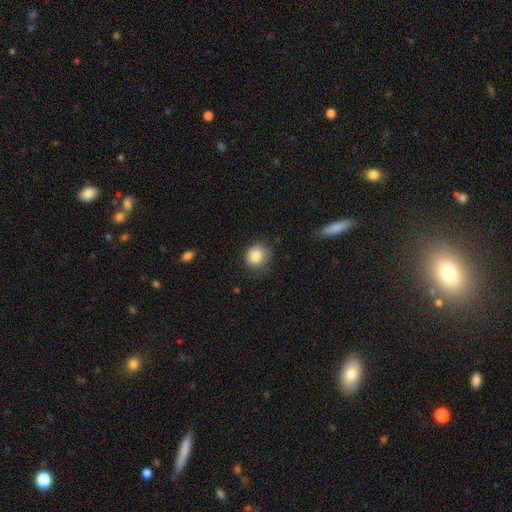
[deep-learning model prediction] Smooth or featured? smooth (84%)
How rounded? round (83%)
Merging? none (74%)